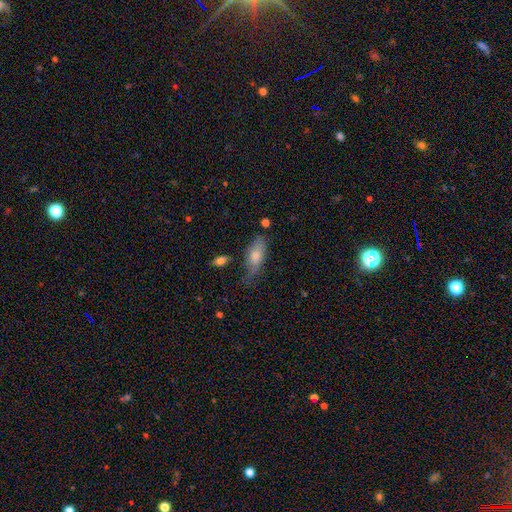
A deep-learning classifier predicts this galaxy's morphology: smooth-or-featured: smooth: 73% | featured or disk: 20% | star or artifact: 7%
  how-rounded: in between: 80% | cigar-shaped: 17% | round: 3%
  merging: none: 50% | minor disturbance: 34% | major disturbance: 11% | merger: 5%